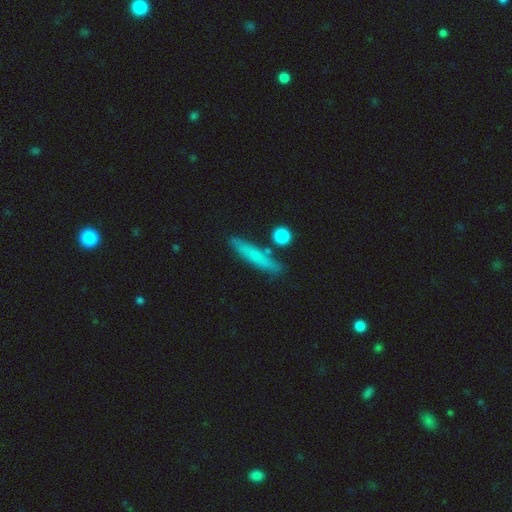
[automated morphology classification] A smooth galaxy with no disk features (61%) that is cigar-shaped (84%).

Vote fractions:
- Smooth or featured? smooth: 61% / featured or disk: 32% / star or artifact: 8%
- How rounded? cigar-shaped: 84% / in between: 12% / round: 4%
- Merging? none: 79% / minor disturbance: 12% / merger: 6% / major disturbance: 3%